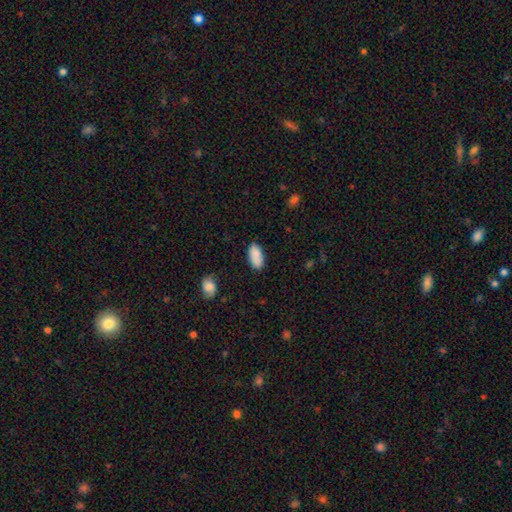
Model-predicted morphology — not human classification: Smooth or featured?
  - smooth: 89% *
  - star or artifact: 6%
  - featured or disk: 5%
How rounded?
  - in between: 93% *
  - cigar-shaped: 4%
  - round: 2%
Merging?
  - none: 84% *
  - minor disturbance: 12%
  - major disturbance: 3%
  - merger: 2%